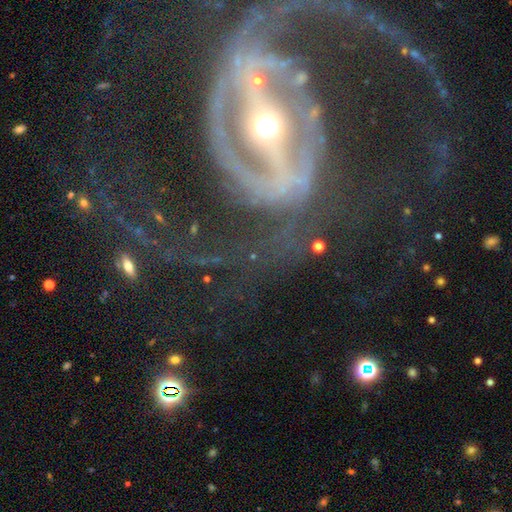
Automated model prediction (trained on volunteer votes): The model was most divided on "merging": none: 48%, major disturbance: 32%, minor disturbance: 14%, merger: 5%. Remaining: edge-on disk — no (95%); smooth or featured — featured or disk (90%); spiral arms — yes (88%); spiral arm count — 2 (71%); bar — strong (69%); bulge size — moderate (56%); spiral winding — medium (46%).